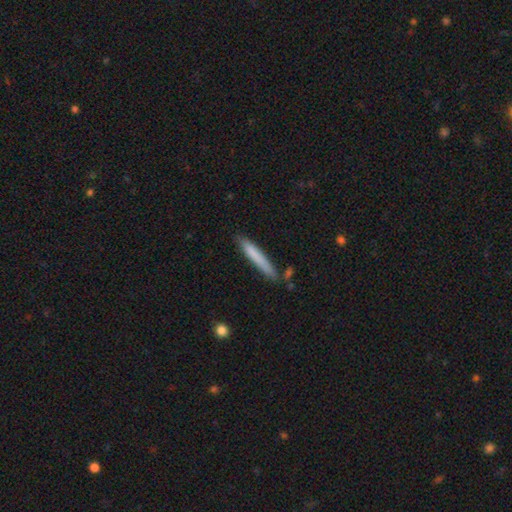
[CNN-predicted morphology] smooth 75%, featured or disk 19%, star or artifact 6%. Down the decision tree: how rounded — cigar-shaped (95%); merging — none (80%).